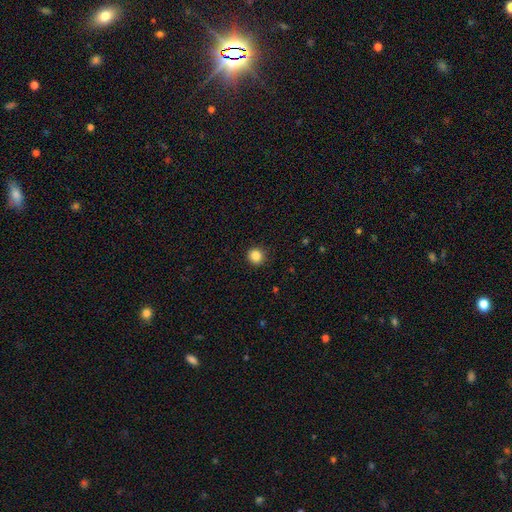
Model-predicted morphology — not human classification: This is clearly a smooth galaxy (86%). How rounded: clearly round (93%). Merging: clearly none (92%).